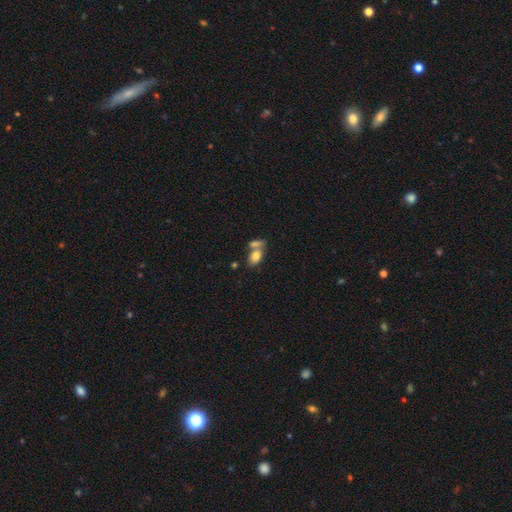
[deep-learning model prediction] Smooth or featured? Predicted: smooth (p=0.78). How rounded? Predicted: in between (p=0.87). Merging? Predicted: merger (p=0.48).